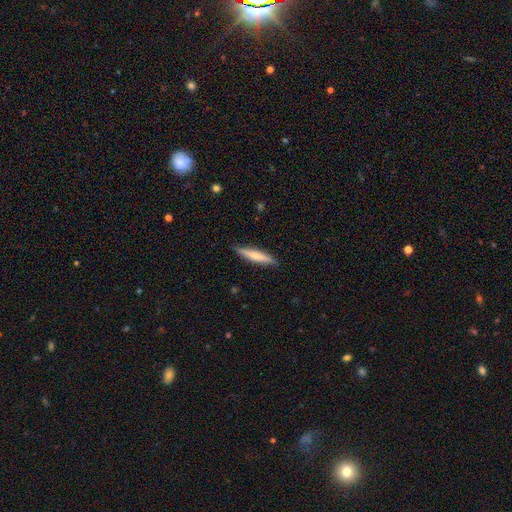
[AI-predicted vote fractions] Overall: smooth (63%; featured or disk 32%). How rounded: cigar-shaped (90%). Merging: none (88%).